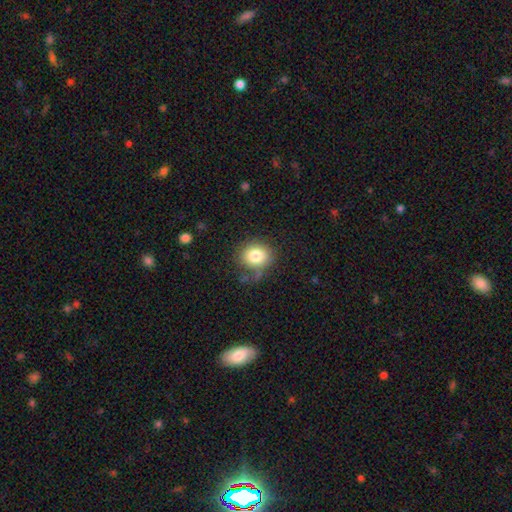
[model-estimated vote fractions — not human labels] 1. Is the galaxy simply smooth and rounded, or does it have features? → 81% smooth, 10% star or artifact, 9% featured or disk.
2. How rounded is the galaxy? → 72% round, 27% in between, 1% cigar-shaped.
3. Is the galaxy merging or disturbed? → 72% none, 17% minor disturbance, 7% major disturbance, 4% merger.